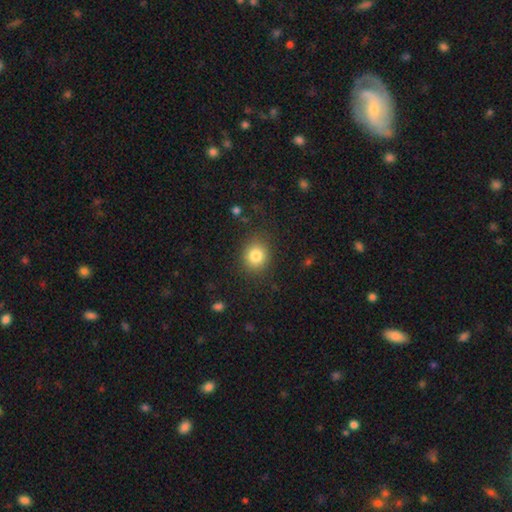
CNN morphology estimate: The model was most divided on "how rounded": round: 76%, in between: 23%, cigar-shaped: 1%. More confident: merging — none (86%); smooth or featured — smooth (82%).